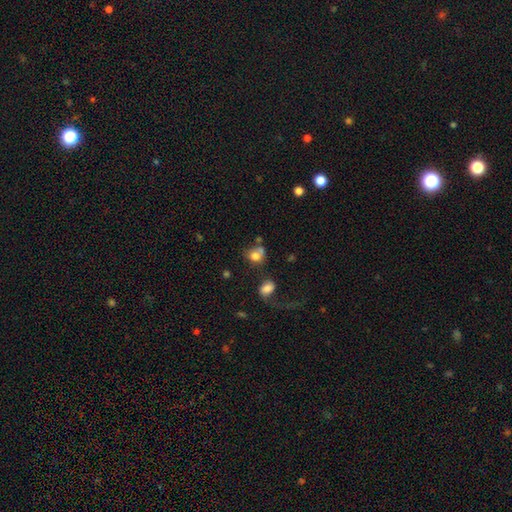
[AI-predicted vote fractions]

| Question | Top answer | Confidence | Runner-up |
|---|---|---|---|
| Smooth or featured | smooth | 75% | featured or disk (13%) |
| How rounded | round | 61% | in between (38%) |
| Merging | none | 38% | merger (32%) |